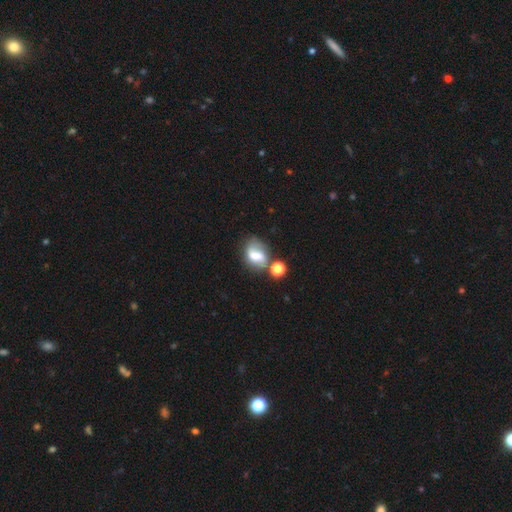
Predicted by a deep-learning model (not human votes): featured or disk 46%, smooth 42%, star or artifact 12%. Down the decision tree: merging — none (41%).